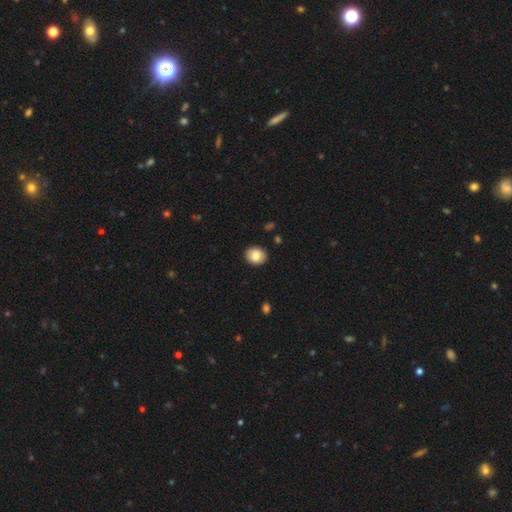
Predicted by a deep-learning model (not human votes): Smooth or featured? smooth (83%)
How rounded? round (60%)
Merging? none (90%)